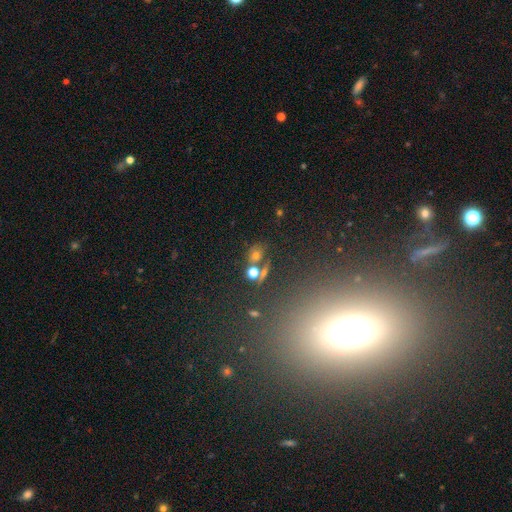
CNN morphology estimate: Smooth or featured? Predicted: smooth (p=0.55). How rounded? Predicted: round (p=0.51). Merging? Predicted: none (p=0.62).